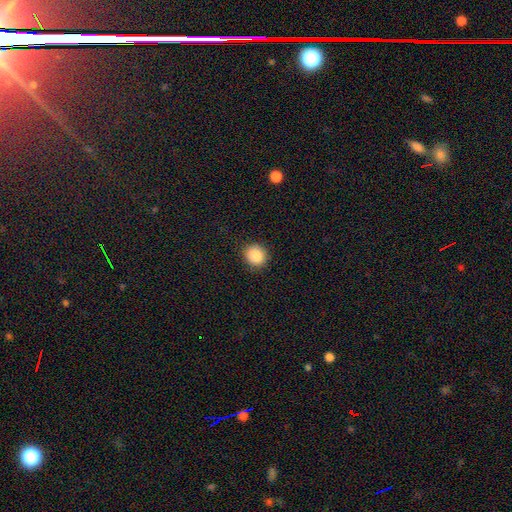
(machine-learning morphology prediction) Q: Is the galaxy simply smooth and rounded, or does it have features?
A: smooth — 88%.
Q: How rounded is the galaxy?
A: round — 86%.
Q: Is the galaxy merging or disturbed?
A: none — 89%.